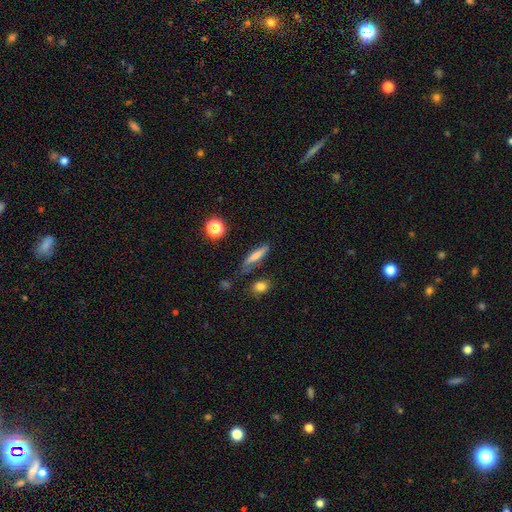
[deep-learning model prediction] Smooth or featured? Predicted: smooth (p=0.68). How rounded? Predicted: cigar-shaped (p=0.78). Merging? Predicted: none (p=0.74).